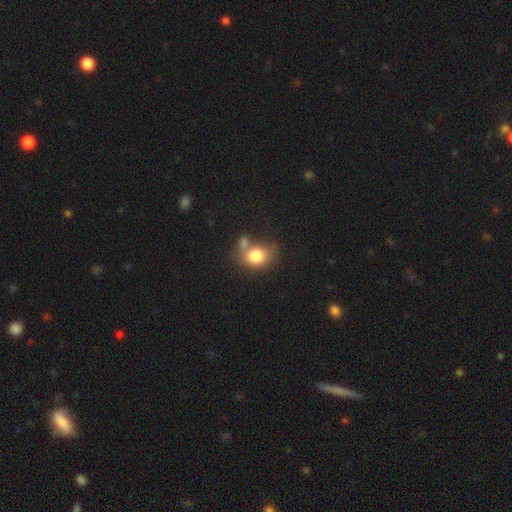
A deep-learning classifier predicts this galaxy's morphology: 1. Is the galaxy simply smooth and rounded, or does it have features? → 79% smooth, 12% featured or disk, 9% star or artifact.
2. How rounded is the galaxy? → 54% in between, 45% round, 1% cigar-shaped.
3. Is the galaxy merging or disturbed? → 40% none, 34% merger, 18% minor disturbance, 9% major disturbance.